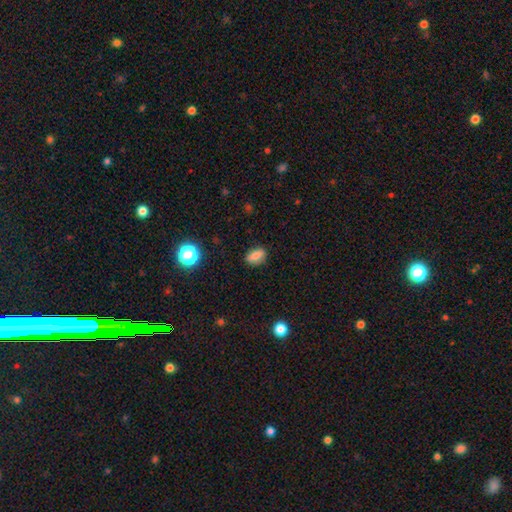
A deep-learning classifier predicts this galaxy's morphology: Smooth or featured? smooth (78%)
How rounded? in between (81%)
Merging? none (86%)